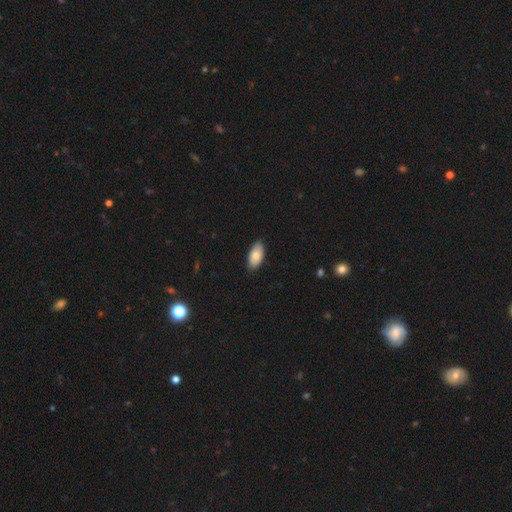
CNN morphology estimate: This is clearly a smooth galaxy (81%). How rounded: clearly in between (94%). Merging: clearly none (87%).